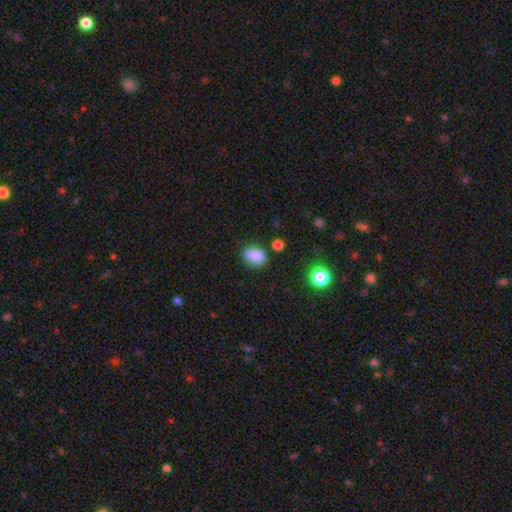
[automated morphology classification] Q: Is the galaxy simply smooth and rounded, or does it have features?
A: smooth — 86%.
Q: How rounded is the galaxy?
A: in between — 75%.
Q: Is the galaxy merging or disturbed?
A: none — 70%.